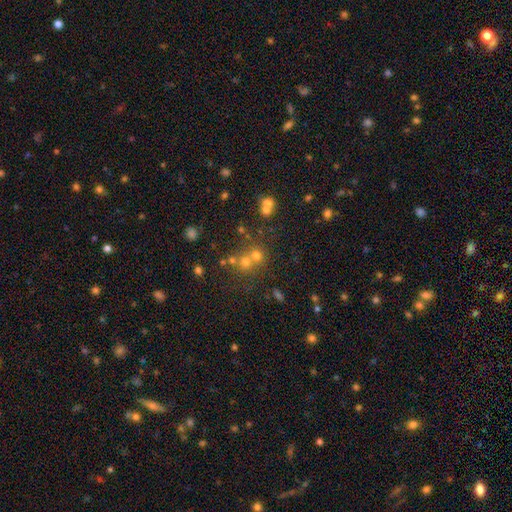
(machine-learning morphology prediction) Smooth or featured?
  - star or artifact: 44% *
  - smooth: 43%
  - featured or disk: 13%